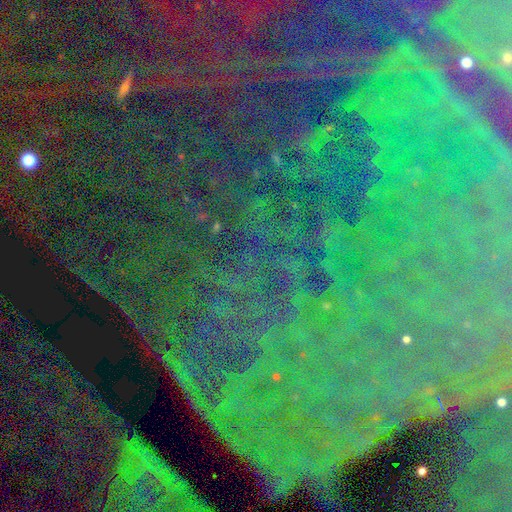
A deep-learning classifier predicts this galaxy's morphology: Q: Smooth or featured?
A: star or artifact (83%); runner-up: featured or disk (9%)